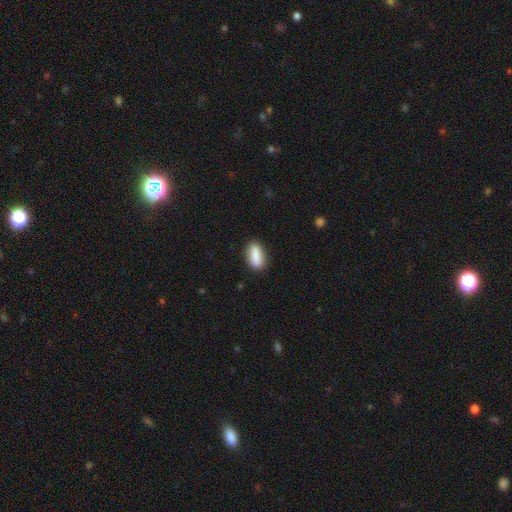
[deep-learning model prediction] Smooth or featured? smooth (85%)
How rounded? in between (69%)
Merging? none (86%)